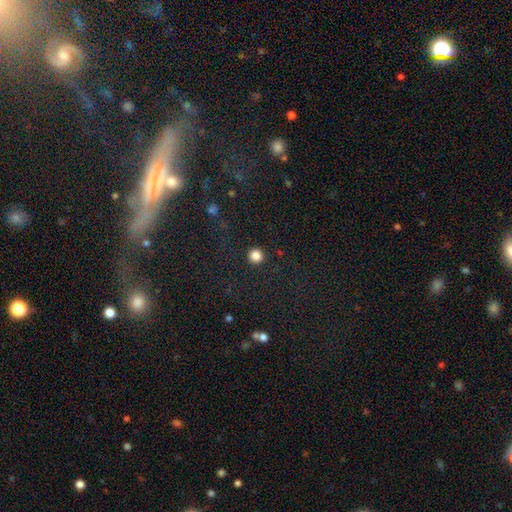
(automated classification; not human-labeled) Overall: smooth (85%). How rounded: round (95%). Merging: none (92%).